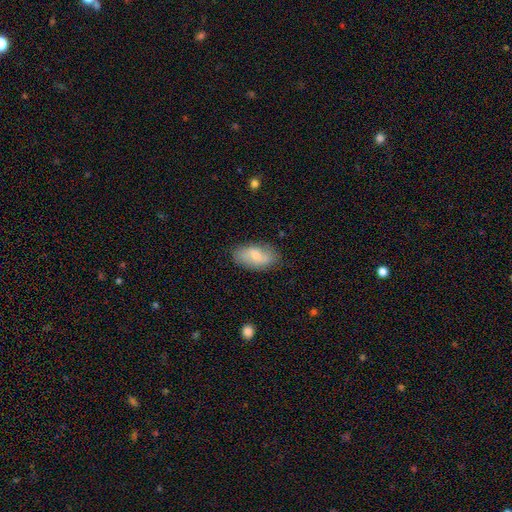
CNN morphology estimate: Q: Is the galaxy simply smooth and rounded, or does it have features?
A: smooth — 61%.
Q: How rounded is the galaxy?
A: in between — 93%.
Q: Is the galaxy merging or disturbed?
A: none — 79%.